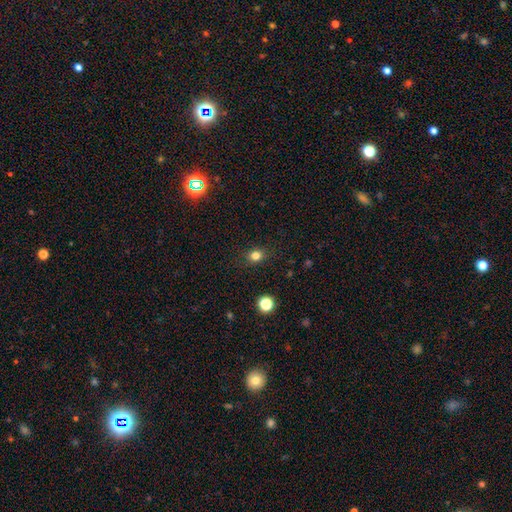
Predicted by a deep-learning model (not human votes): Smooth or featured: smooth — 80% (star or artifact — 14%)
How rounded: round — 66% (in between — 33%)
Merging: none — 86% (minor disturbance — 9%)